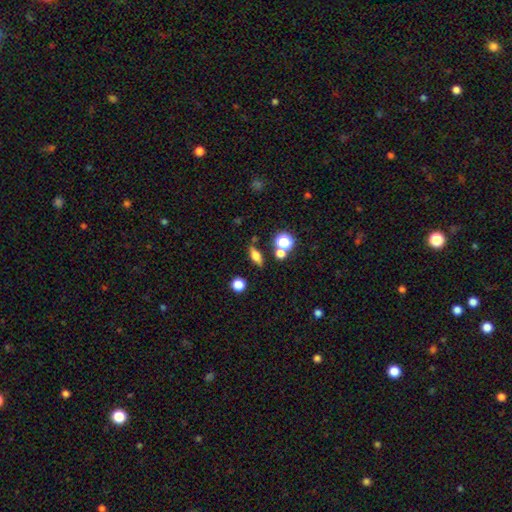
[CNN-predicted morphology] smooth 61%, featured or disk 25%, star or artifact 14%. Down the decision tree: how rounded — in between (58%); merging — none (77%).